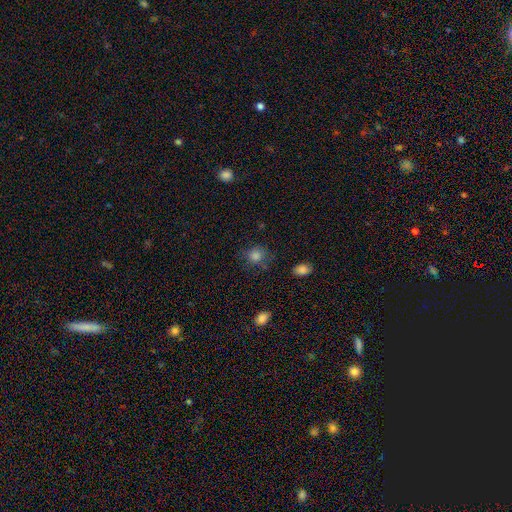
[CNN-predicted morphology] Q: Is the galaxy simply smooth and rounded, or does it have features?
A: smooth — 82%.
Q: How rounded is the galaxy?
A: round — 78%.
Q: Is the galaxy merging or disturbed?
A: none — 72%.